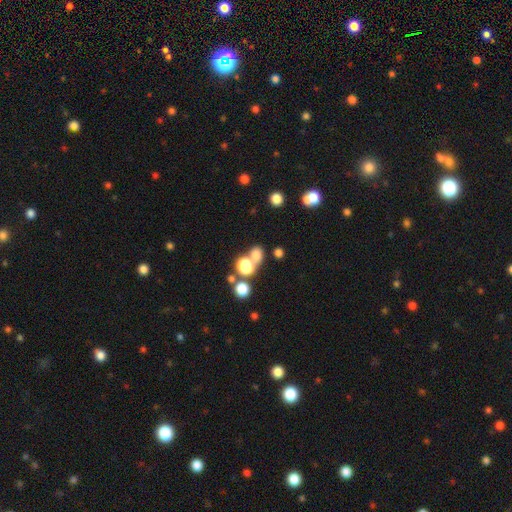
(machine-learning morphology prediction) Q: Smooth or featured?
A: smooth (71%); runner-up: star or artifact (20%)
Q: How rounded?
A: round (64%); runner-up: in between (34%)
Q: Merging?
A: none (53%); runner-up: merger (34%)